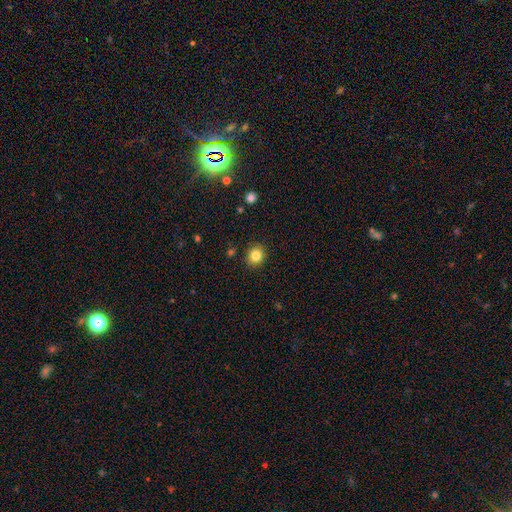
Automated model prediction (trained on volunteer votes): Morphology: type=smooth (83%); roundness=round (75%); merging=none (89%).